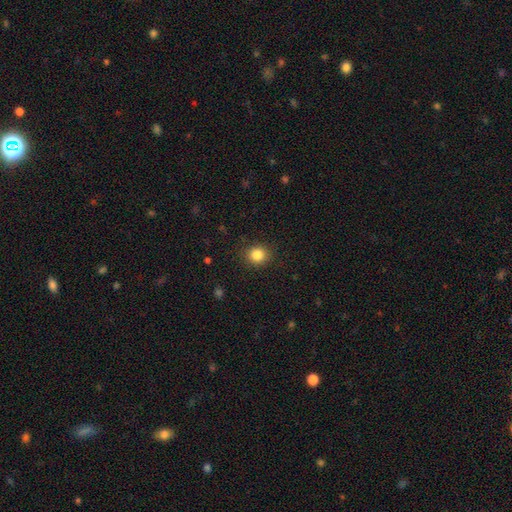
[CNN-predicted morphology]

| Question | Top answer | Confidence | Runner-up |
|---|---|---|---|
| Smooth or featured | smooth | 84% | star or artifact (11%) |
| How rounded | round | 82% | in between (17%) |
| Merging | none | 89% | minor disturbance (7%) |